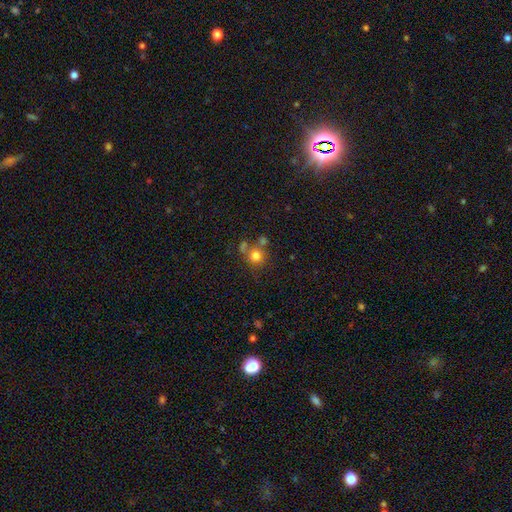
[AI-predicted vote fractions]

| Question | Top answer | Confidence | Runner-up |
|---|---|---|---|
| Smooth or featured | smooth | 76% | star or artifact (14%) |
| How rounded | round | 90% | in between (9%) |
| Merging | none | 60% | merger (24%) |